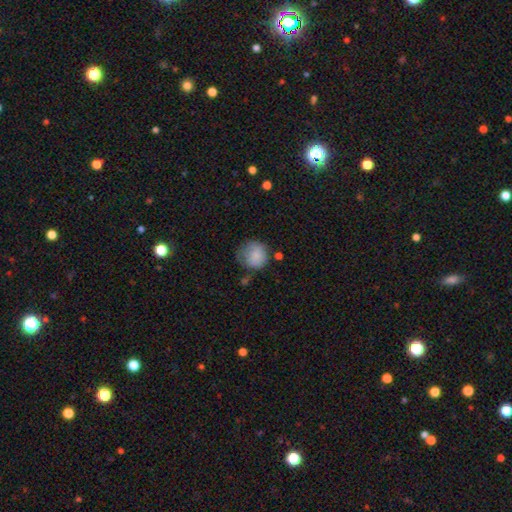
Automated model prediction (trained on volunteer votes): Overall: smooth (82%). How rounded: round (87%). Merging: none (52%; minor disturbance 30%).